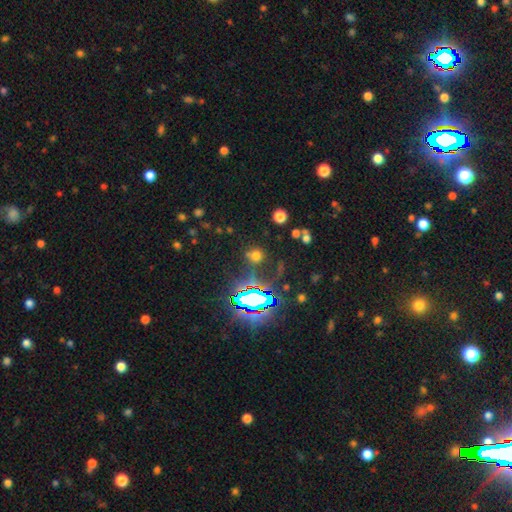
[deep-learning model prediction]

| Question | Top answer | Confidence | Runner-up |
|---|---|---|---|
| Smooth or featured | smooth | 53% | star or artifact (39%) |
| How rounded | round | 85% | in between (14%) |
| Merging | none | 71% | minor disturbance (12%) |